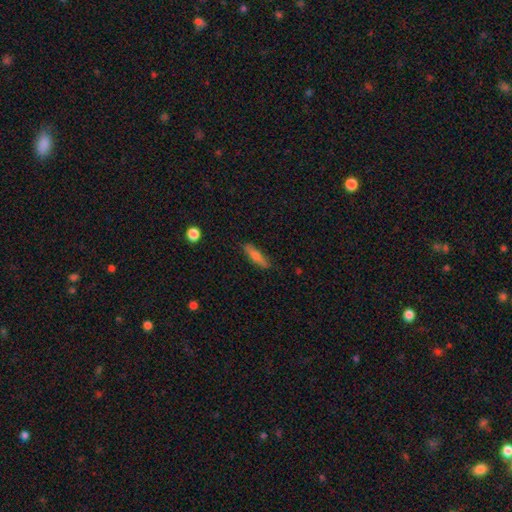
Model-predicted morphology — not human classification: A smooth galaxy with no disk features (57%) that is cigar-shaped (78%). Merging: none (86%).